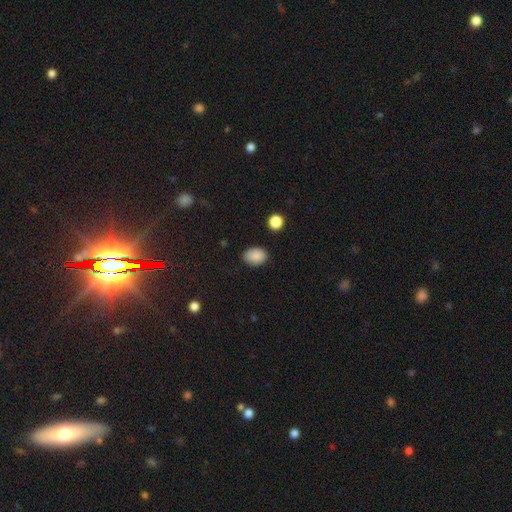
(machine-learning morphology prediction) smooth 88%, star or artifact 9%, featured or disk 3%. Down the decision tree: how rounded — in between (78%); merging — none (82%).